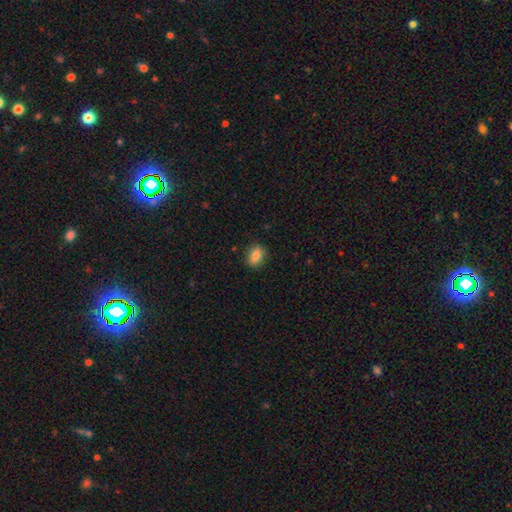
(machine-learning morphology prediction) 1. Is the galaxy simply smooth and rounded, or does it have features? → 80% smooth, 11% featured or disk, 9% star or artifact.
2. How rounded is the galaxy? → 70% in between, 27% round, 3% cigar-shaped.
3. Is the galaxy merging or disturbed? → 87% none, 10% minor disturbance, 2% major disturbance, 1% merger.